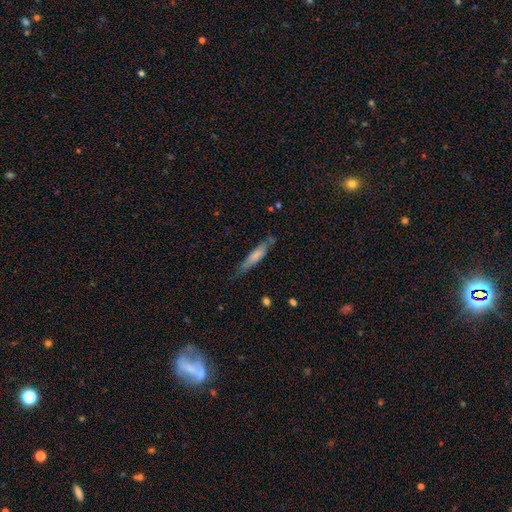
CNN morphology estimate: smooth 68%, featured or disk 26%, star or artifact 6%. Down the decision tree: how rounded — cigar-shaped (85%); merging — none (63%).